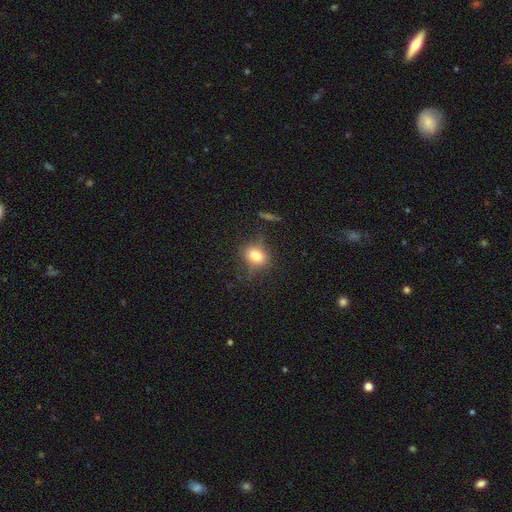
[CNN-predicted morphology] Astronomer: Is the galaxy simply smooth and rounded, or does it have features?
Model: smooth — 75%.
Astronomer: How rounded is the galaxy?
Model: in between — 49% (runner-up: round, 48%).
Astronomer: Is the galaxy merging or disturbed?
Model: none — 73%.